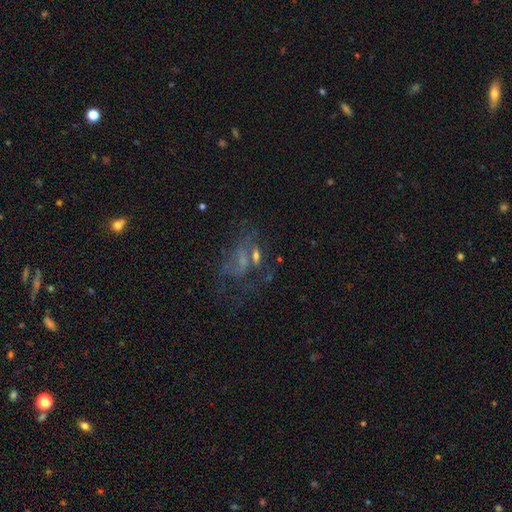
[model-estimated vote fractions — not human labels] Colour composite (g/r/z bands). It shows a featured or disk galaxy (45%). Merging: none (44%).